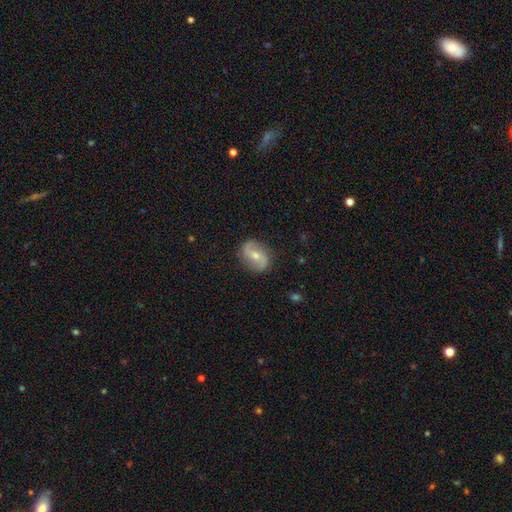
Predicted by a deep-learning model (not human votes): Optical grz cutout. It shows a featured or disk galaxy (71%) with a weak bar (40%), 2 (92%) loose (62%) spiral arms (91%) and a moderate central bulge (55%). Merging: none (83%).